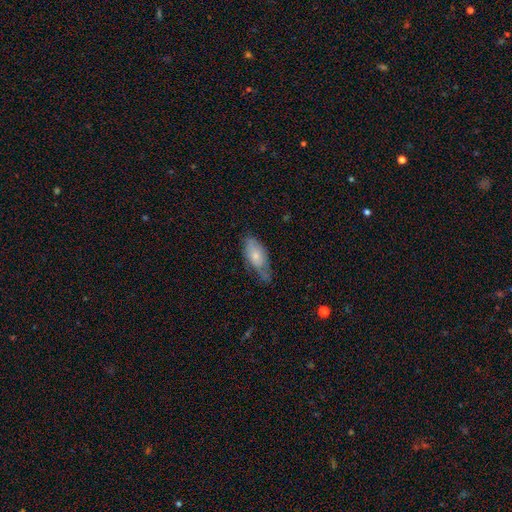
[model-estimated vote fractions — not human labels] smooth_or_featured: smooth (p=0.67) [alt: featured or disk p=0.27]
how_rounded: in between (p=0.86) [alt: cigar-shaped p=0.11]
merging: minor disturbance (p=0.41) [tied with: none p=0.41]